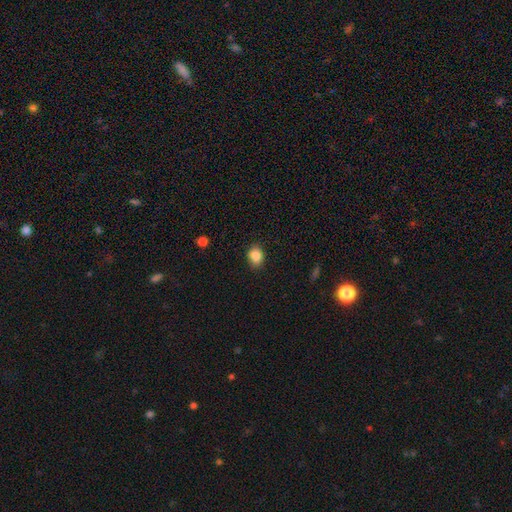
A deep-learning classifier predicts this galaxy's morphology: This appears to be a smooth galaxy with no disk features (86%) that is in between round and cigar-shaped (62%). Merging: none (82%).